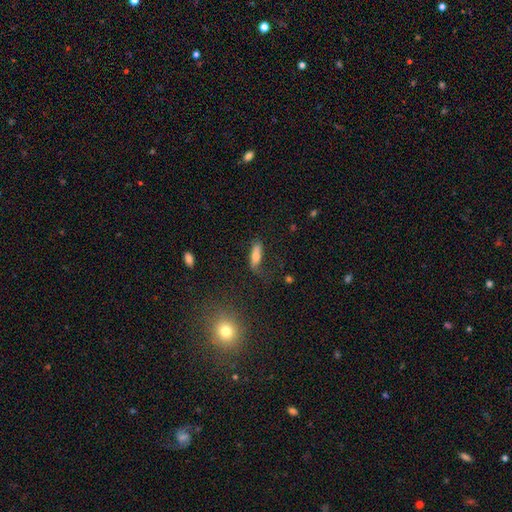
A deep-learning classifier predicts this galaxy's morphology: type=smooth (73%); roundness=in between (51%); merging=none (56%).